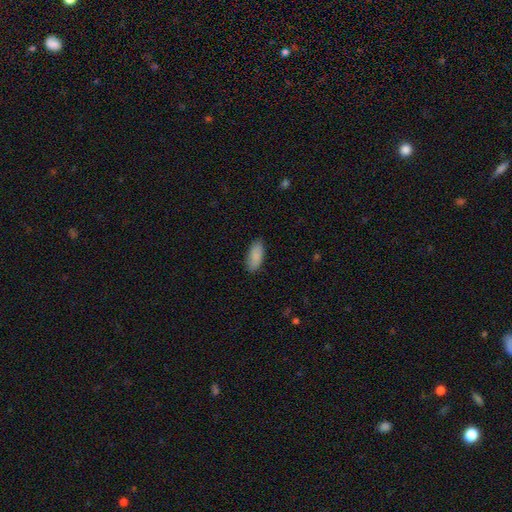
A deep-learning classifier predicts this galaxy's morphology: Overall: smooth (89%). How rounded: in between (85%). Merging: none (85%).